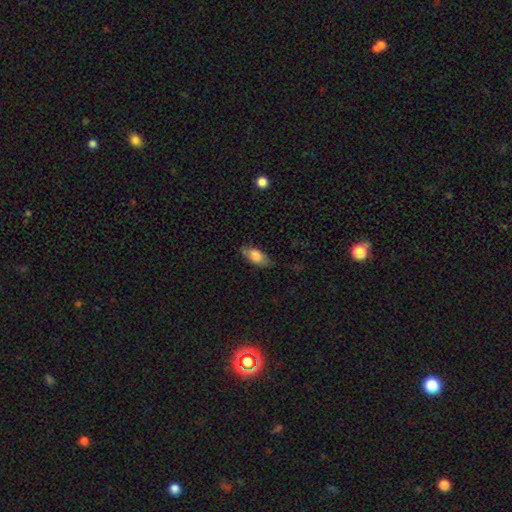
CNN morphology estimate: smooth_or_featured: smooth (p=0.79) [alt: featured or disk p=0.14]
how_rounded: in between (p=0.86) [alt: cigar-shaped p=0.11]
merging: none (p=0.76) [alt: minor disturbance p=0.18]